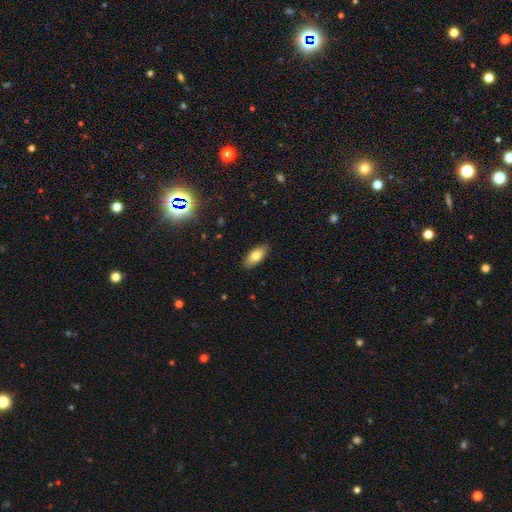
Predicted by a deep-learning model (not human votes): Q: Smooth or featured?
A: smooth (78%); runner-up: featured or disk (14%)
Q: How rounded?
A: in between (86%); runner-up: cigar-shaped (11%)
Q: Merging?
A: none (87%); runner-up: minor disturbance (10%)